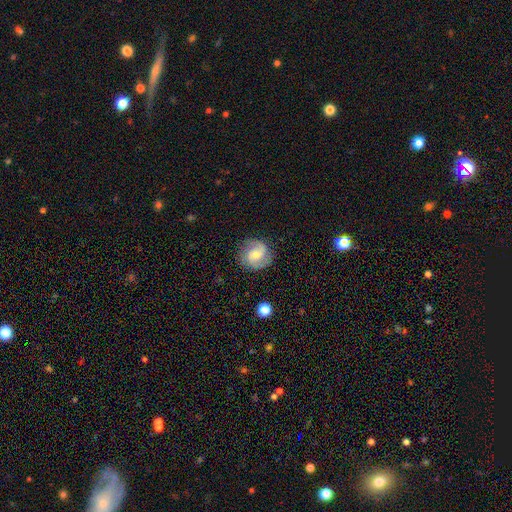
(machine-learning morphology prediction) This is likely a featured or disk galaxy (77%). It is clearly not viewed edge-on (98%). Bar: possibly no (47%). Spiral arm pattern: clearly yes (96%). Spiral arm count: clearly 2 (88%). Spiral winding: possibly medium (50%). Central bulge: possibly small (50%). Merging: clearly none (82%).